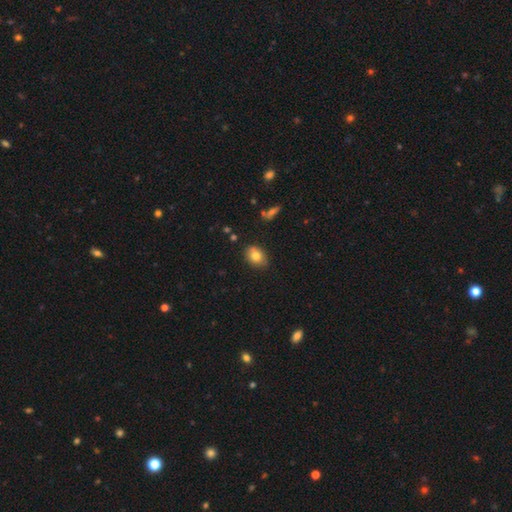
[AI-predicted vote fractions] Overall: smooth (80%). How rounded: in between (73%). Merging: none (82%).